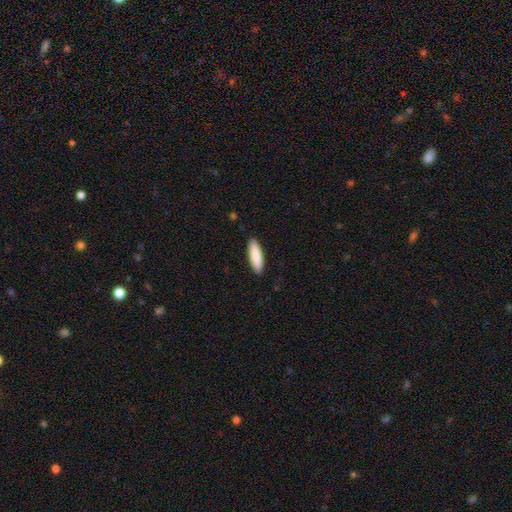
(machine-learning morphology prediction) This is clearly a smooth galaxy (87%). How rounded: likely cigar-shaped (64%). Merging: clearly none (90%).